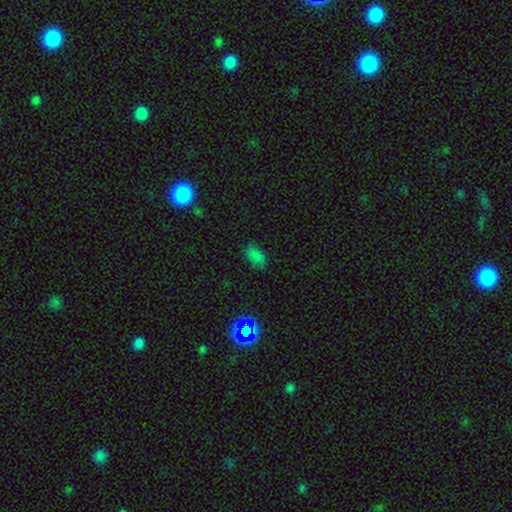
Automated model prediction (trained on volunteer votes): This is likely a smooth galaxy (75%). How rounded: clearly in between (92%). Merging: likely none (76%).